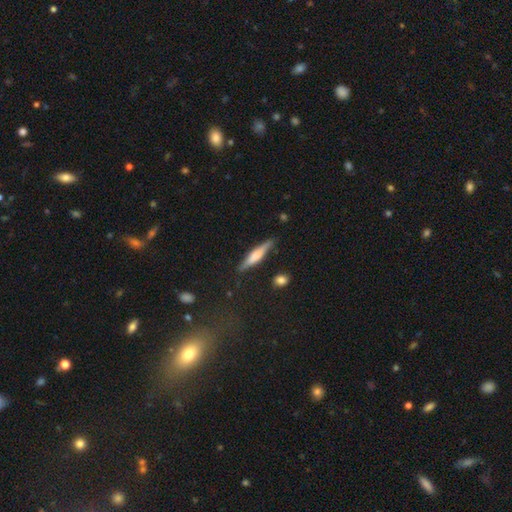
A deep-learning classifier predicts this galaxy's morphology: Q: Smooth or featured?
A: featured or disk (48%); runner-up: smooth (45%)
Q: Merging?
A: none (83%); runner-up: minor disturbance (12%)